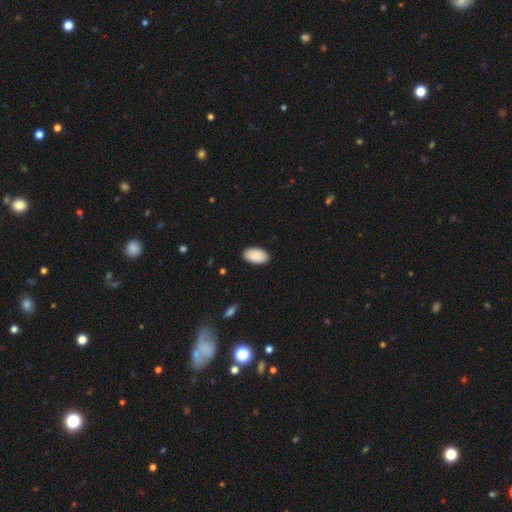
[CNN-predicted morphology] smooth 91%, star or artifact 6%, featured or disk 3%. Down the decision tree: how rounded — in between (96%); merging — none (88%).